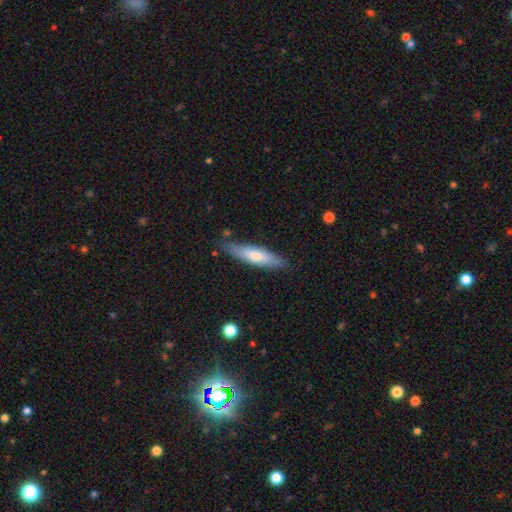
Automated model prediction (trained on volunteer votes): A smooth galaxy with no disk features (58%) that is cigar-shaped (77%). Merging: none (84%).